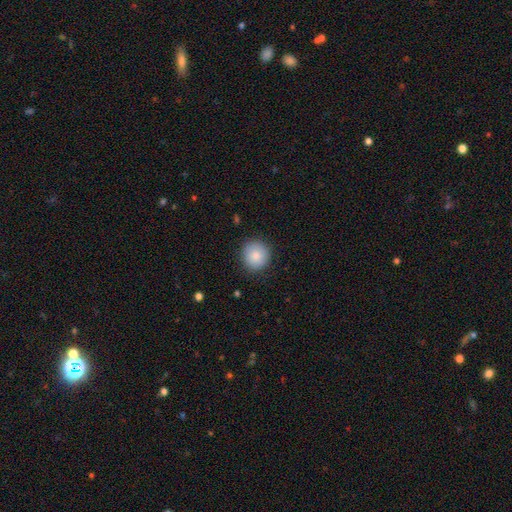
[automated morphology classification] This appears to be a smooth galaxy with no disk features (84%) that is round (92%). Merging: none (87%).